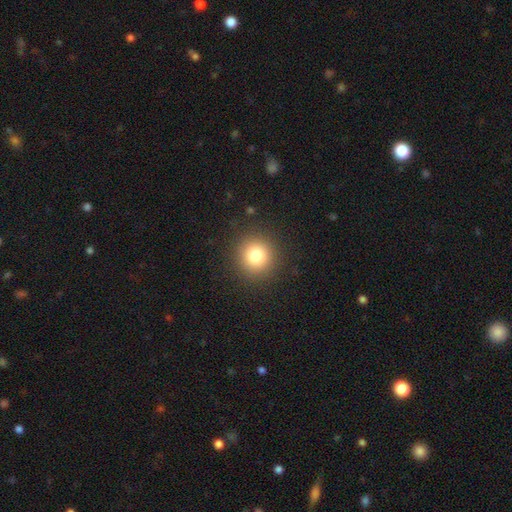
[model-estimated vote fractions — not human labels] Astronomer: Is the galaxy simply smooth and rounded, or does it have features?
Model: smooth — 81%.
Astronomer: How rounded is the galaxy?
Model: round — 92%.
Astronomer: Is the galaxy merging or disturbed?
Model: none — 90%.